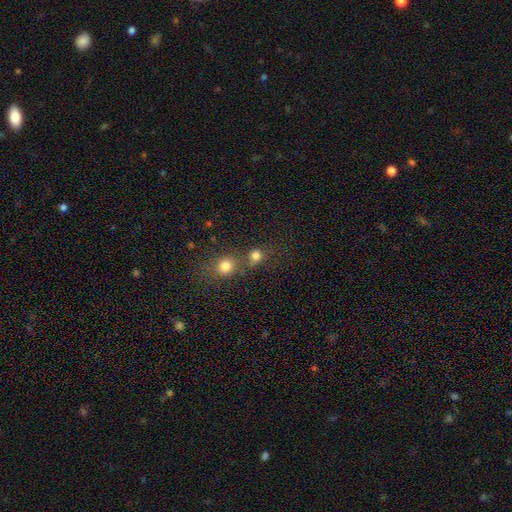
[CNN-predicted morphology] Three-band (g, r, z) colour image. It shows a smooth galaxy with no disk features (77%) that is round (82%). Merging: none (49%).